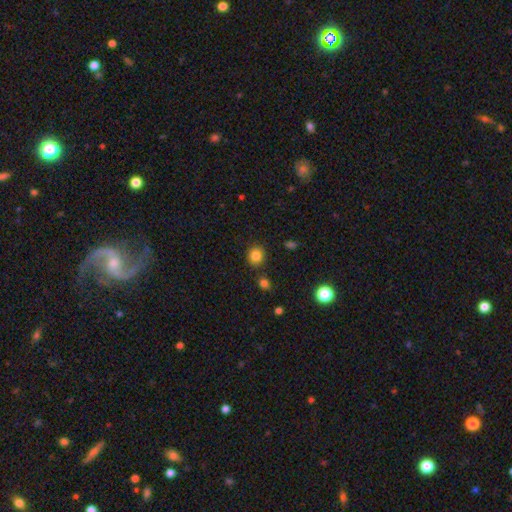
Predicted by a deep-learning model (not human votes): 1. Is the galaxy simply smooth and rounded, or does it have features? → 84% smooth, 12% star or artifact, 4% featured or disk.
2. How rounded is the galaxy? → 83% round, 16% in between, 1% cigar-shaped.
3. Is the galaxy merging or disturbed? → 85% none, 8% minor disturbance, 4% merger, 3% major disturbance.